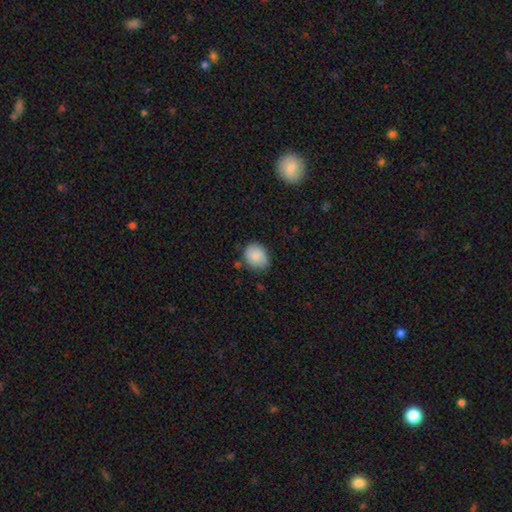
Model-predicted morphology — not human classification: Smooth or featured?
  - smooth: 85% *
  - featured or disk: 8%
  - star or artifact: 7%
How rounded?
  - round: 52% *
  - in between: 47%
  - cigar-shaped: 1%
Merging?
  - none: 72% *
  - minor disturbance: 20%
  - major disturbance: 4%
  - merger: 3%